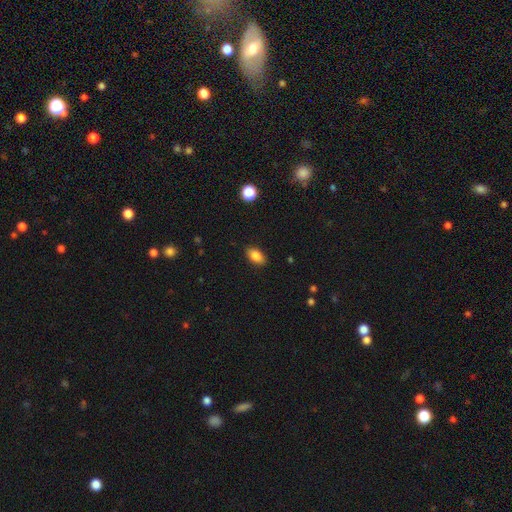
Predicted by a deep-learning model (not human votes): Q: Smooth or featured?
A: smooth (85%); runner-up: star or artifact (8%)
Q: How rounded?
A: in between (90%); runner-up: round (7%)
Q: Merging?
A: none (88%); runner-up: minor disturbance (9%)